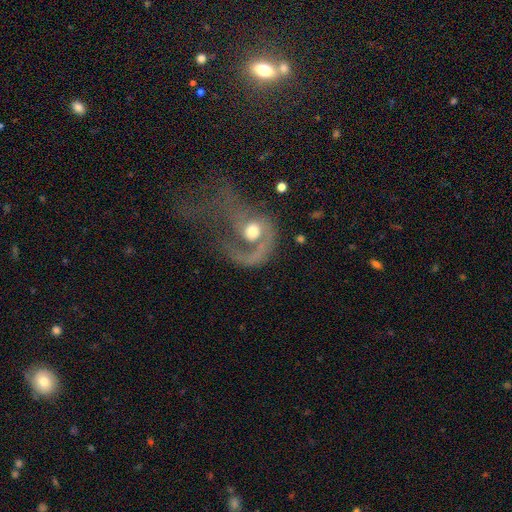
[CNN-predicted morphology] Overall: featured or disk (73%). Edge-on disk: no (97%). Bar: no (77%). Spiral arms: yes (76%). Spiral arm count: 1 (78%). Spiral winding: loose (51%; medium 32%). Bulge size: moderate (64%). Merging: major disturbance (64%).